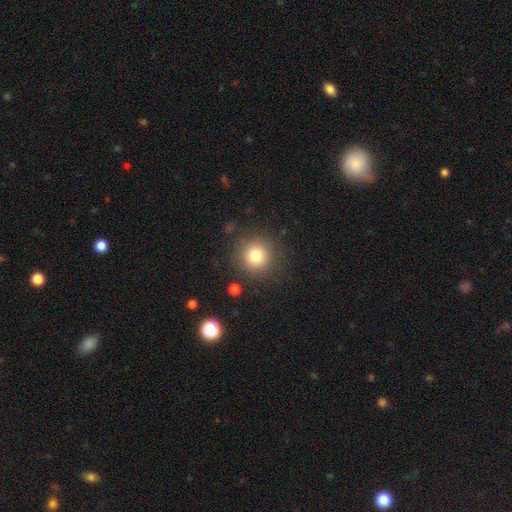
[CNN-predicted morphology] Smooth or featured? Predicted: smooth (p=0.80). How rounded? Predicted: round (p=0.93). Merging? Predicted: none (p=0.86).